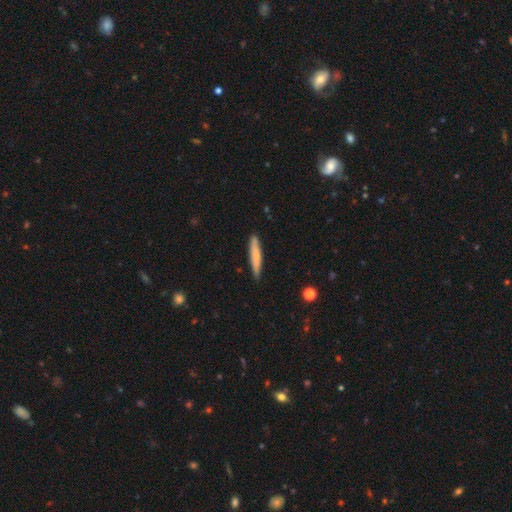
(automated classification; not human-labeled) smooth_or_featured: smooth (p=0.69) [alt: featured or disk p=0.25]
how_rounded: cigar-shaped (p=0.93) [alt: in between p=0.06]
merging: none (p=0.86) [alt: minor disturbance p=0.11]